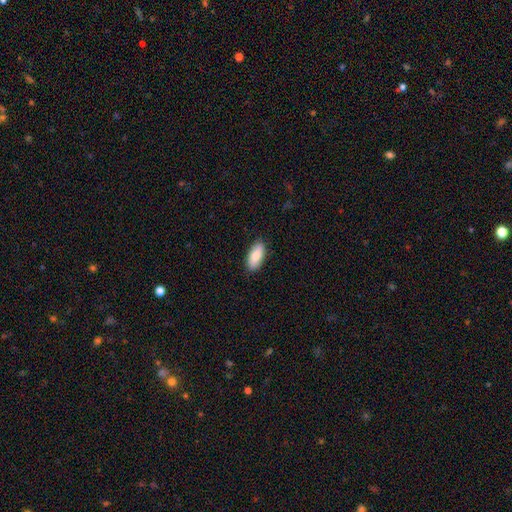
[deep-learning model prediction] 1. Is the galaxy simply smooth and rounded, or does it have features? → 84% smooth, 10% featured or disk, 6% star or artifact.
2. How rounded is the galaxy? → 86% in between, 12% cigar-shaped, 2% round.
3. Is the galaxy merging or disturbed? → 88% none, 9% minor disturbance, 2% major disturbance, 1% merger.